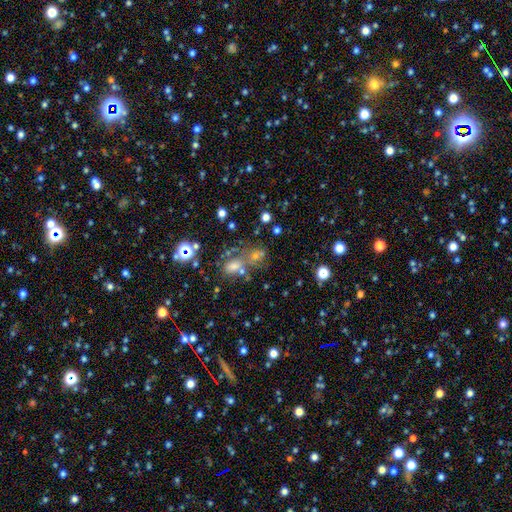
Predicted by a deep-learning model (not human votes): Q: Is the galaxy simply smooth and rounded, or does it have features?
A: smooth — 54%.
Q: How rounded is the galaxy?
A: round — 49%.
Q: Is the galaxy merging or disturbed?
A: none — 43%.